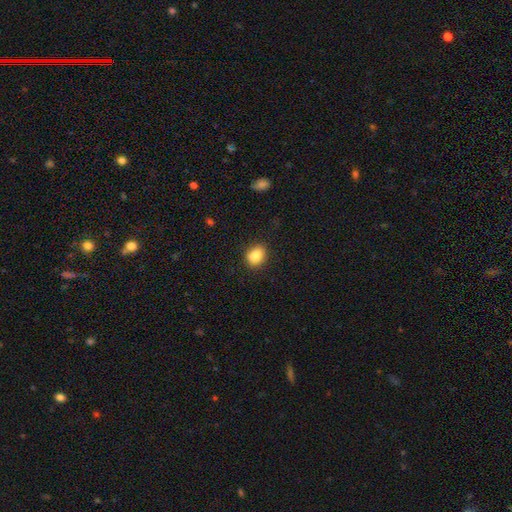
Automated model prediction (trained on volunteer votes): This appears to be a smooth galaxy with no disk features (84%) that is round (52%). Merging: none (86%).